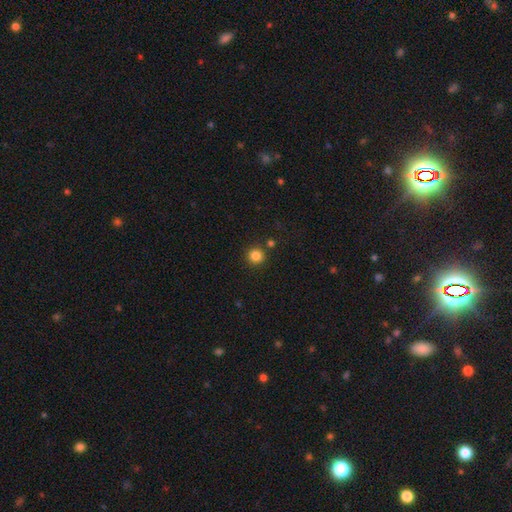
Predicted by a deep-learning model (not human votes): The model was most divided on "smooth or featured": smooth: 84%, star or artifact: 12%, featured or disk: 4%. More confident: how rounded — round (94%); merging — none (87%).